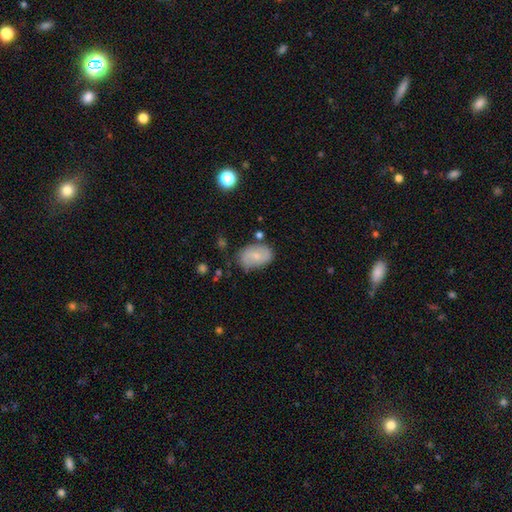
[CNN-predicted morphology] Smooth or featured?
  - smooth: 54% *
  - featured or disk: 38%
  - star or artifact: 8%
How rounded?
  - in between: 85% *
  - round: 13%
  - cigar-shaped: 1%
Merging?
  - none: 70% *
  - minor disturbance: 21%
  - major disturbance: 5%
  - merger: 4%